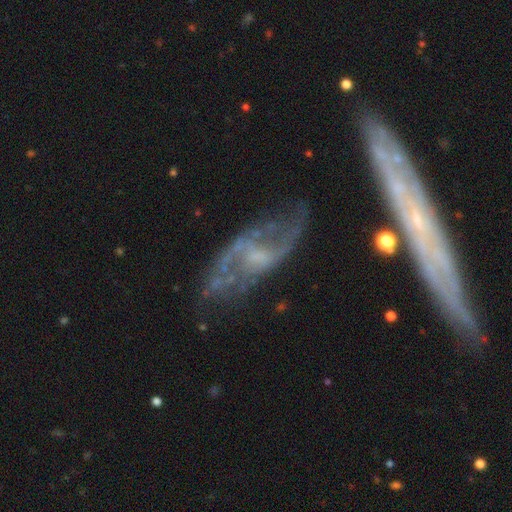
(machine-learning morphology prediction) Smooth or featured? Predicted: featured or disk (p=0.80). Edge-on disk? Predicted: no (p=0.90). Bar? Predicted: no (p=0.47). Spiral arms? Predicted: yes (p=0.80). Spiral winding? Predicted: loose (p=0.48). Spiral arm count? Predicted: 2 (p=0.65). Bulge size? Predicted: small (p=0.39). Merging? Predicted: none (p=0.56).